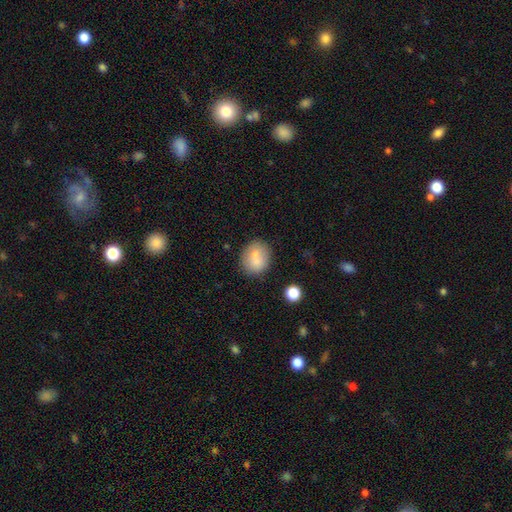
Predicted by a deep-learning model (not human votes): smooth-or-featured: smooth: 77% | featured or disk: 14% | star or artifact: 9%
  how-rounded: round: 65% | in between: 34% | cigar-shaped: 1%
  merging: none: 67% | merger: 16% | minor disturbance: 13% | major disturbance: 4%